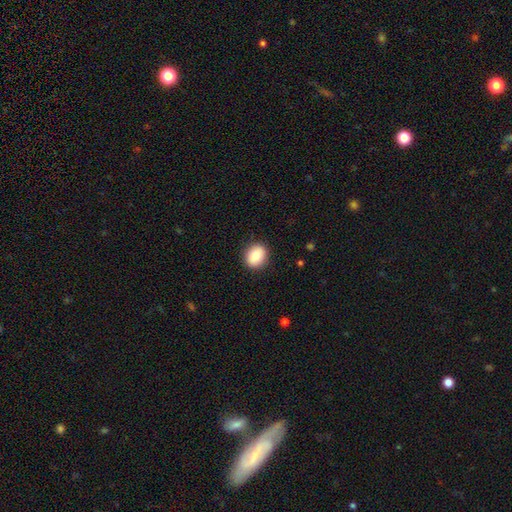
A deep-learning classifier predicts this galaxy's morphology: Smooth or featured? smooth (82%)
How rounded? round (65%)
Merging? none (90%)